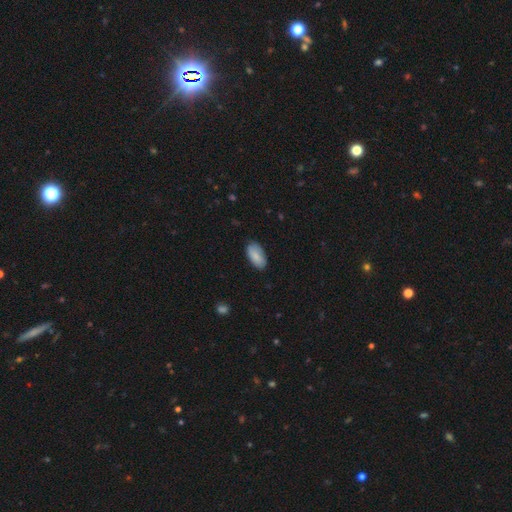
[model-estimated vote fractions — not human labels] This appears to be a smooth galaxy with no disk features (84%) that is in between round and cigar-shaped (94%). Merging: none (81%).